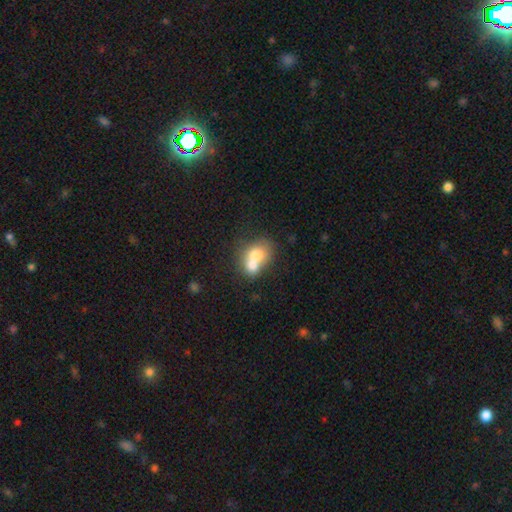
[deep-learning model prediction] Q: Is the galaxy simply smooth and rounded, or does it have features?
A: smooth — 68%.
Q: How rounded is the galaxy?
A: round — 54%.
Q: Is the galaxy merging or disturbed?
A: merger — 70%.